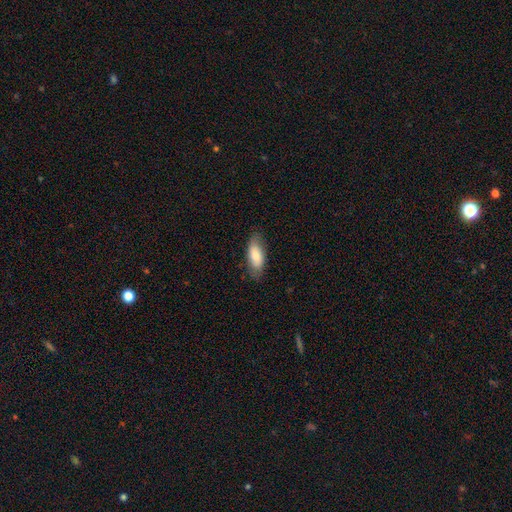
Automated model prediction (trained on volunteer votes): A smooth galaxy with no disk features (78%) that is in between round and cigar-shaped (81%).

Vote fractions:
- Smooth or featured? smooth: 78% / featured or disk: 16% / star or artifact: 6%
- How rounded? in between: 81% / cigar-shaped: 17% / round: 2%
- Merging? none: 79% / minor disturbance: 16% / major disturbance: 4% / merger: 1%